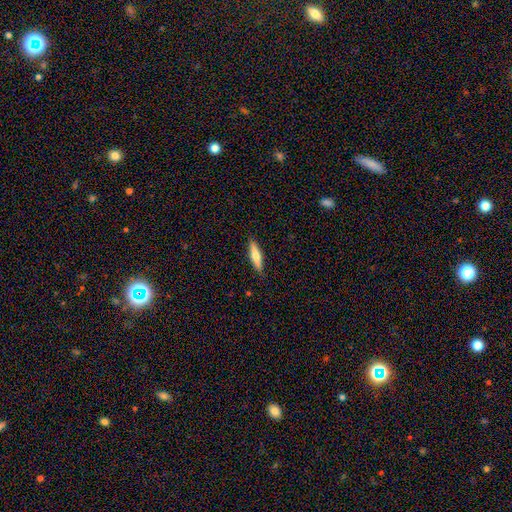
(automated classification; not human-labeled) A smooth galaxy with no disk features (62%) that is cigar-shaped (73%).

Vote fractions:
- Smooth or featured? smooth: 62% / featured or disk: 33% / star or artifact: 6%
- How rounded? cigar-shaped: 73% / in between: 25% / round: 2%
- Merging? none: 89% / minor disturbance: 8% / major disturbance: 2% / merger: 1%